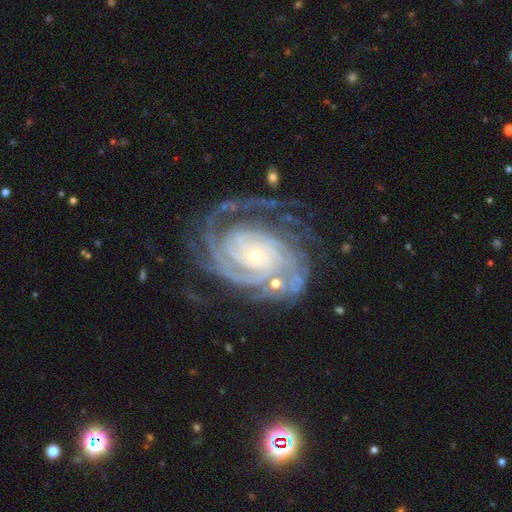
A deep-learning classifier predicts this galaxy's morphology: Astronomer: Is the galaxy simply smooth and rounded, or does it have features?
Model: featured or disk — 92%.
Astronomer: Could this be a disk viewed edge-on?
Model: no — 97%.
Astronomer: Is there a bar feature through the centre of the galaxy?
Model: no — 76%.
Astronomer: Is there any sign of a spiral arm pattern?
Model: yes — 98%.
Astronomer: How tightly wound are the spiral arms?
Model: tight — 80%.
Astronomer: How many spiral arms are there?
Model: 4 — 25% (runner-up: 3, 19%).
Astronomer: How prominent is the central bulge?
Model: small — 83%.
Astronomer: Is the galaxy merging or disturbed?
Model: none — 65%.